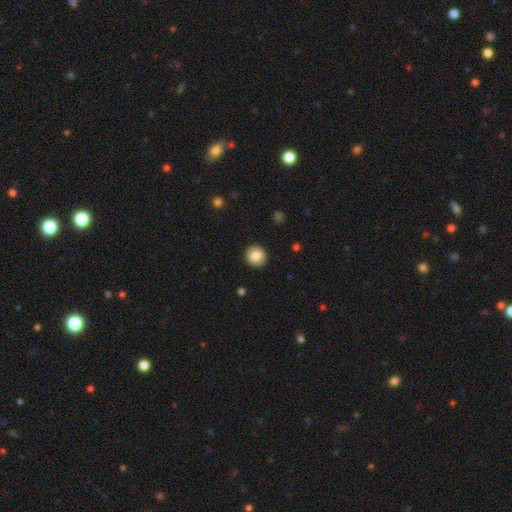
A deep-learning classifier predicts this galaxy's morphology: This is likely a smooth galaxy (80%). How rounded: clearly round (88%). Merging: clearly none (89%).